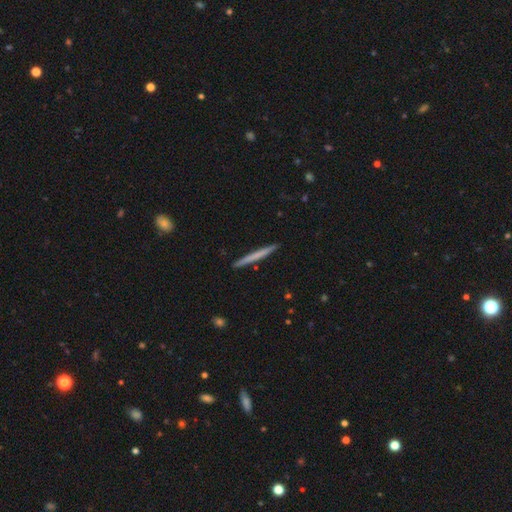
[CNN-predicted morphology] A smooth galaxy with no disk features (58%) that is cigar-shaped (97%). Merging: none (92%).